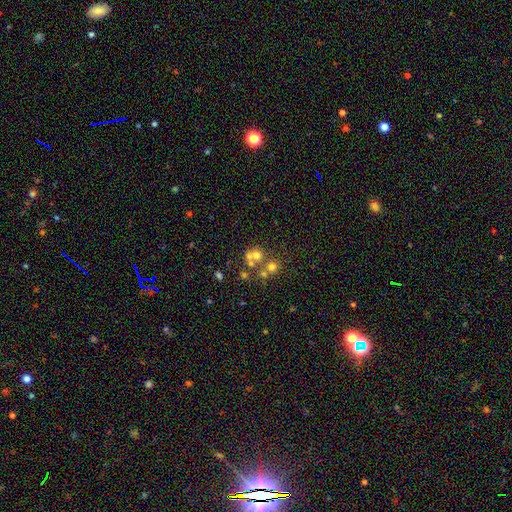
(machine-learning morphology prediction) This is possibly a smooth galaxy (54%). How rounded: clearly round (86%). Merging: possibly none (47%).